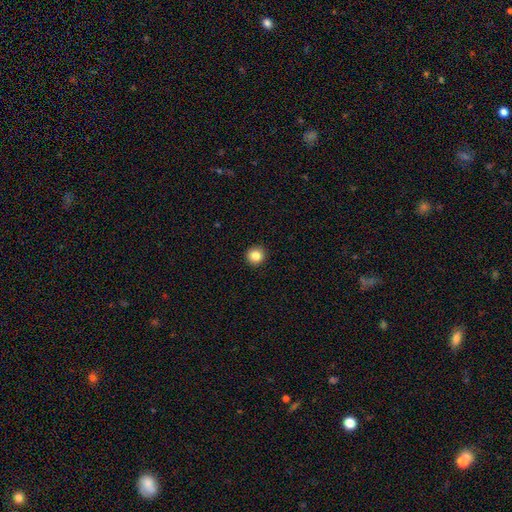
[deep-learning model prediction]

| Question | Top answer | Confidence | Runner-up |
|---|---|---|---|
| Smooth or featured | smooth | 85% | star or artifact (10%) |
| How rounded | round | 94% | in between (5%) |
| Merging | none | 93% | minor disturbance (4%) |